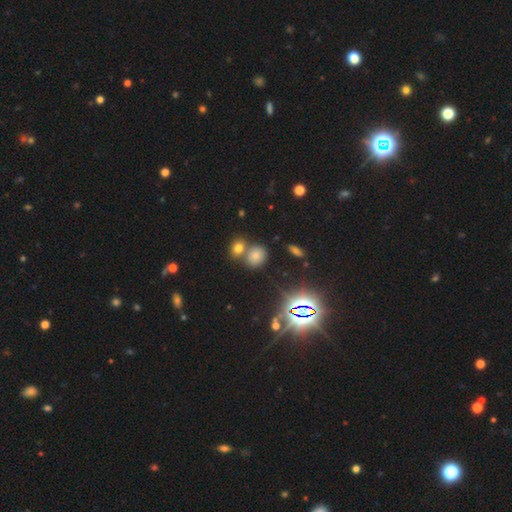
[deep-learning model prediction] This appears to be a smooth galaxy with no disk features (62%) that is round (63%). Merging: none (58%).